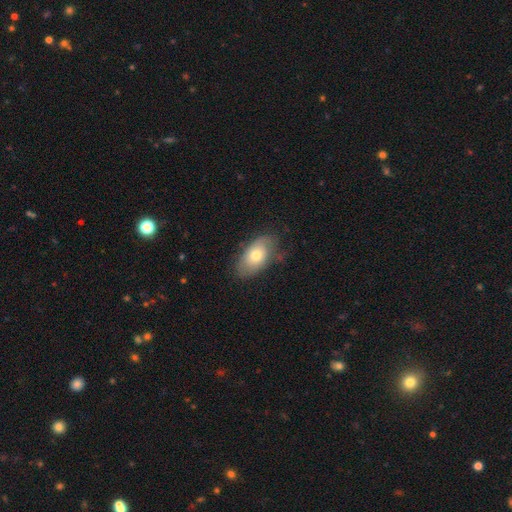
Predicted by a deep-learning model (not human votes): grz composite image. It shows a smooth galaxy with no disk features (69%) that is in between round and cigar-shaped (92%). Merging: none (71%).